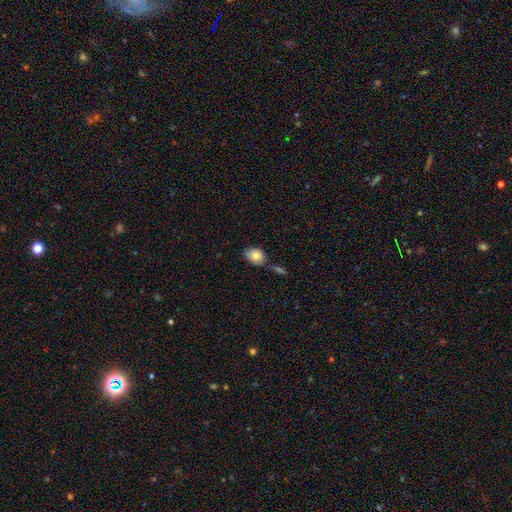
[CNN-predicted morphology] The model was most divided on "merging": none: 63%, minor disturbance: 21%, merger: 12%, major disturbance: 5%. More confident: smooth or featured — smooth (81%); how rounded — in between (70%).